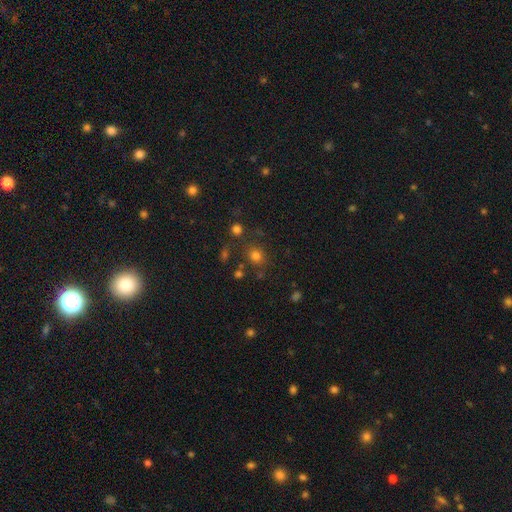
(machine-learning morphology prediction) Smooth or featured?
  - smooth: 75% *
  - star or artifact: 18%
  - featured or disk: 7%
How rounded?
  - round: 78% *
  - in between: 21%
  - cigar-shaped: 1%
Merging?
  - none: 75% *
  - minor disturbance: 11%
  - merger: 9%
  - major disturbance: 5%